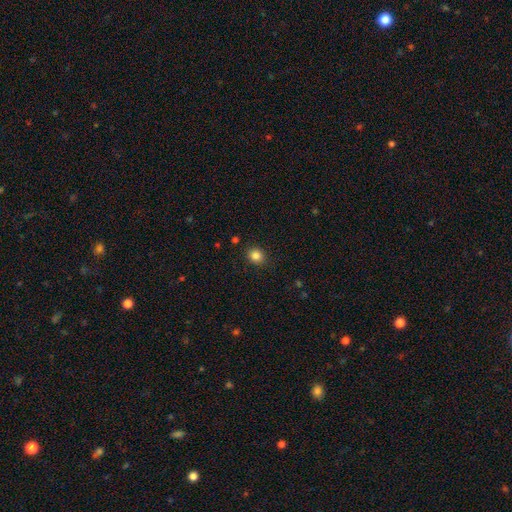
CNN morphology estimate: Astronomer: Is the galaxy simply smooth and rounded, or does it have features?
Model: smooth — 84%.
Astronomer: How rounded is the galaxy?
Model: round — 77%.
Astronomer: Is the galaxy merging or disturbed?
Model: none — 89%.